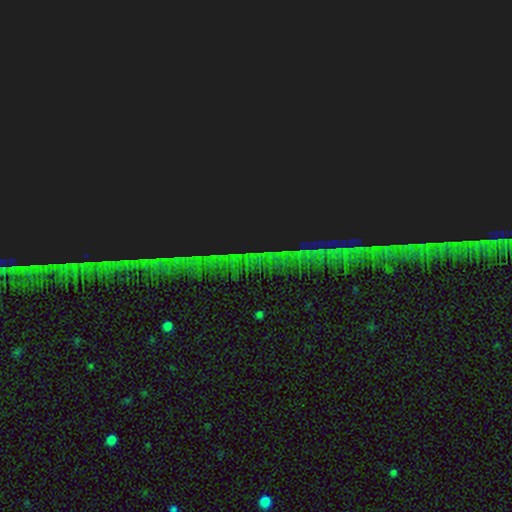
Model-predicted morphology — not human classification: Smooth or featured?
  - star or artifact: 86% *
  - smooth: 7%
  - featured or disk: 7%